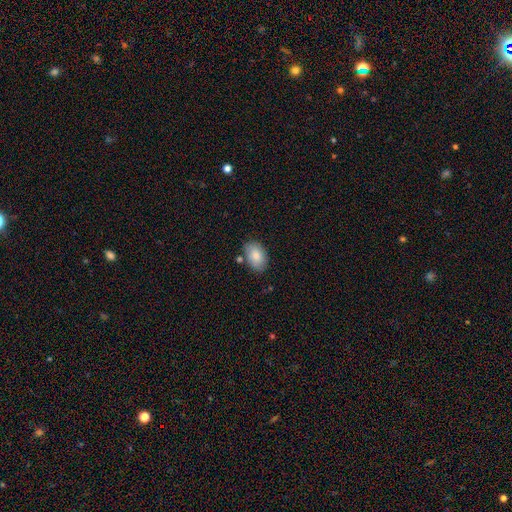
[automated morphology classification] Overall: smooth (84%). How rounded: in between (89%). Merging: none (76%).